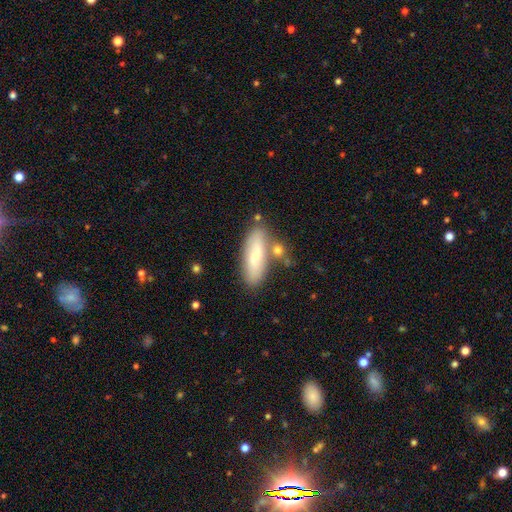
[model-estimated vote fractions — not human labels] Morphology: type=smooth (69%); roundness=in between (57%); merging=none (68%).